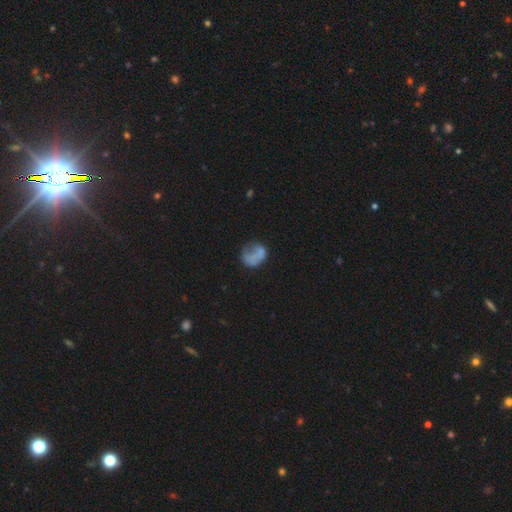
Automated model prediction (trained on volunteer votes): Overall: smooth (60%; featured or disk 29%). How rounded: round (62%; in between 37%). Merging: none (39%; major disturbance 30%).